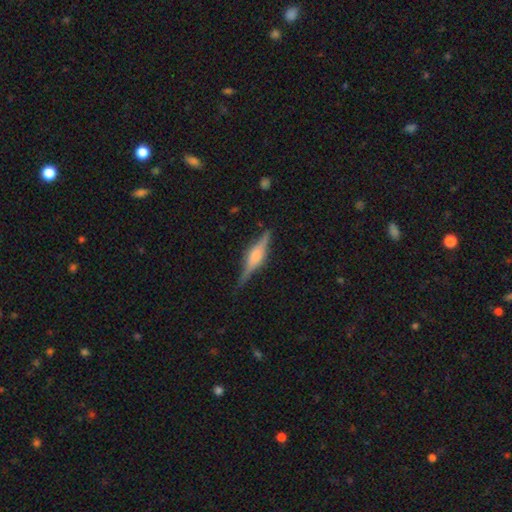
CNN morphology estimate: Smooth or featured: featured or disk — 76% (smooth — 17%)
Edge-on disk: yes — 97% (no — 3%)
Edge-on bulge: rounded — 76% (boxy — 21%)
Merging: none — 85% (minor disturbance — 11%)